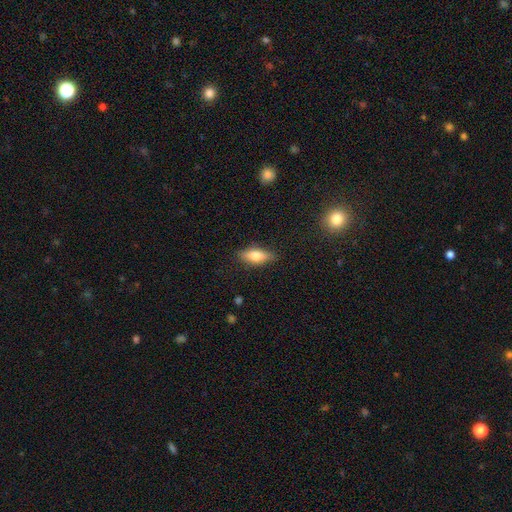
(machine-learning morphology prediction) Smooth or featured? smooth (69%)
How rounded? in between (71%)
Merging? none (82%)